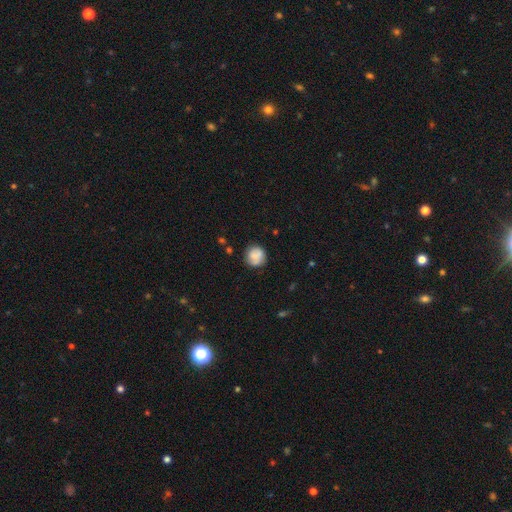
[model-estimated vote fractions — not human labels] smooth-or-featured: smooth: 71% | featured or disk: 21% | star or artifact: 8%
  how-rounded: round: 88% | in between: 11% | cigar-shaped: 1%
  merging: none: 73% | minor disturbance: 18% | major disturbance: 5% | merger: 3%